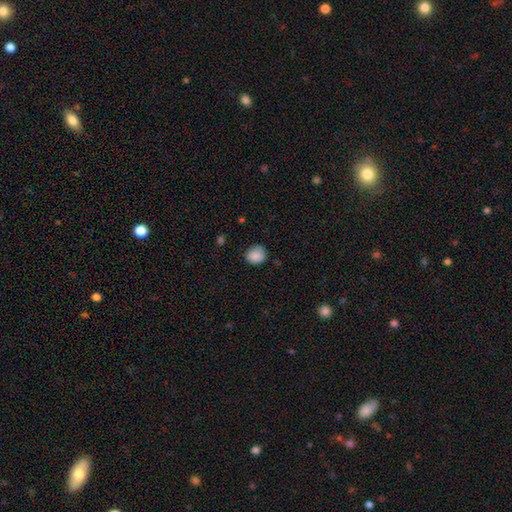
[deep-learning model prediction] smooth_or_featured: smooth (p=0.87) [alt: star or artifact p=0.08]
how_rounded: round (p=0.79) [alt: in between p=0.20]
merging: none (p=0.75) [alt: minor disturbance p=0.20]